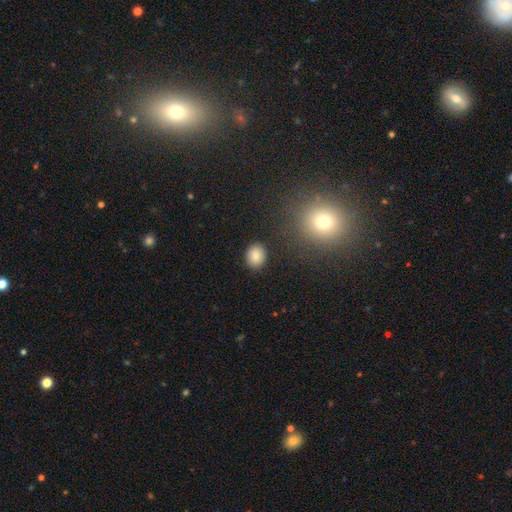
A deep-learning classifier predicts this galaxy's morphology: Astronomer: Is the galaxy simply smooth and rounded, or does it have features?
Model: smooth — 85%.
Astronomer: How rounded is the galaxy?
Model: round — 67%.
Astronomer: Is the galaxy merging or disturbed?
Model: none — 89%.